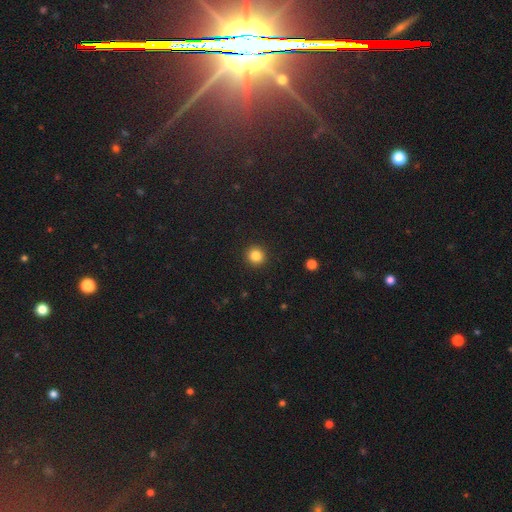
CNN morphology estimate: Overall: smooth (84%). How rounded: round (94%). Merging: none (92%).